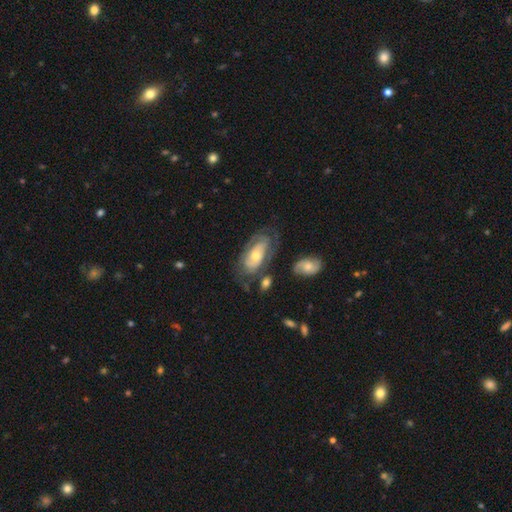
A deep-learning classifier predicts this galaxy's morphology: Smooth or featured? featured or disk (67%)
Edge-on disk? no (91%)
Bar? no (74%)
Spiral arms? yes (70%)
Bulge size? moderate (58%)
Merging? none (57%)